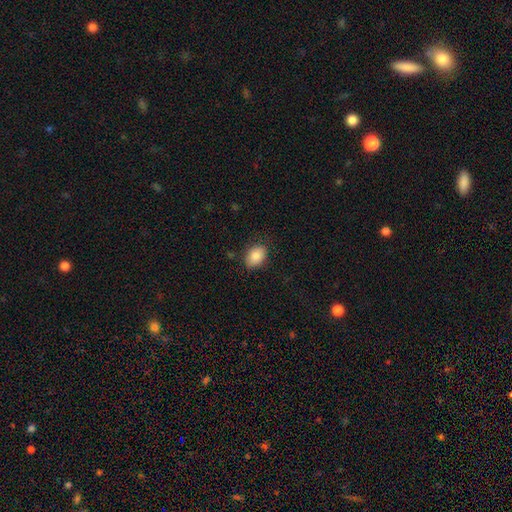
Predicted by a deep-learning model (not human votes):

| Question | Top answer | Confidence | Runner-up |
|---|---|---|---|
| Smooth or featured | smooth | 84% | star or artifact (8%) |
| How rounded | in between | 77% | round (22%) |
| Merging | none | 83% | minor disturbance (13%) |